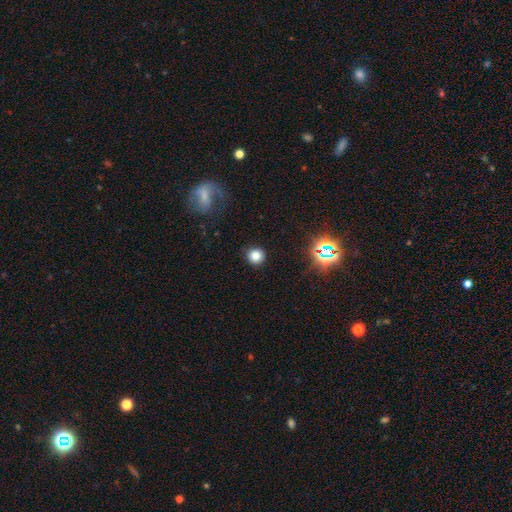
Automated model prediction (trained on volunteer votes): smooth_or_featured: smooth (p=0.78) [alt: star or artifact p=0.16]
how_rounded: round (p=0.92) [alt: in between p=0.07]
merging: none (p=0.90) [alt: minor disturbance p=0.06]